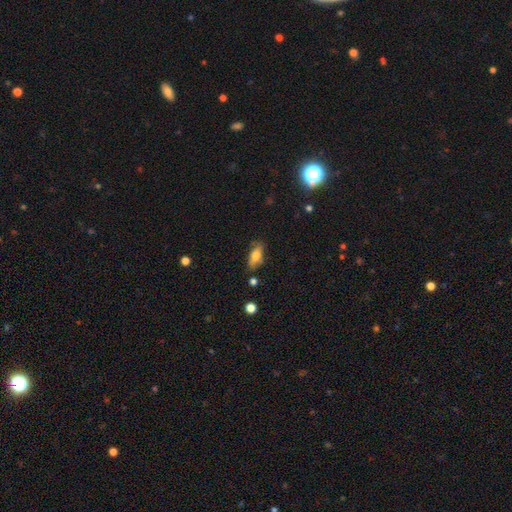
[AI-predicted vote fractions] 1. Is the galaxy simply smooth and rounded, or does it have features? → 66% smooth, 25% featured or disk, 9% star or artifact.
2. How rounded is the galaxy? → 79% in between, 16% cigar-shaped, 5% round.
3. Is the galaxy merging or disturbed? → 67% none, 22% minor disturbance, 6% major disturbance, 4% merger.